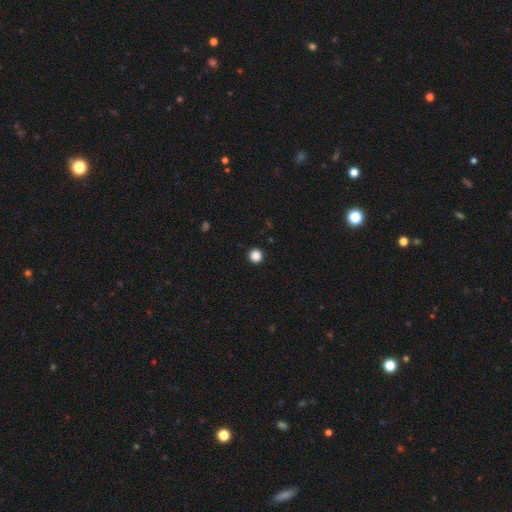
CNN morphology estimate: smooth 87%, star or artifact 11%, featured or disk 2%. Down the decision tree: how rounded — round (96%); merging — none (94%).